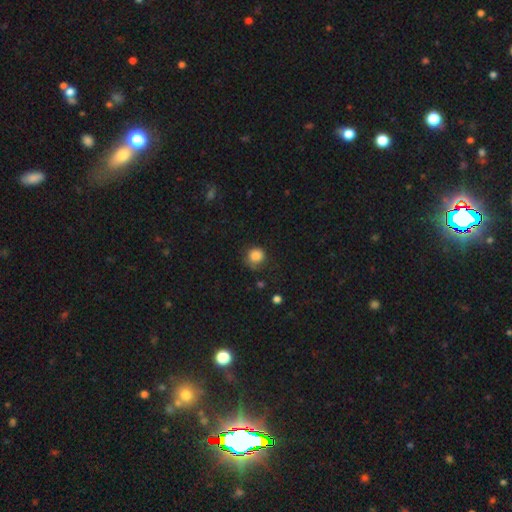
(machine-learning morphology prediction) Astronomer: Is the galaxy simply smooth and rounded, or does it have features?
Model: smooth — 84%.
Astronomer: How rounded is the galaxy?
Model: round — 84%.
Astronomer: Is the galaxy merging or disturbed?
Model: none — 60%.